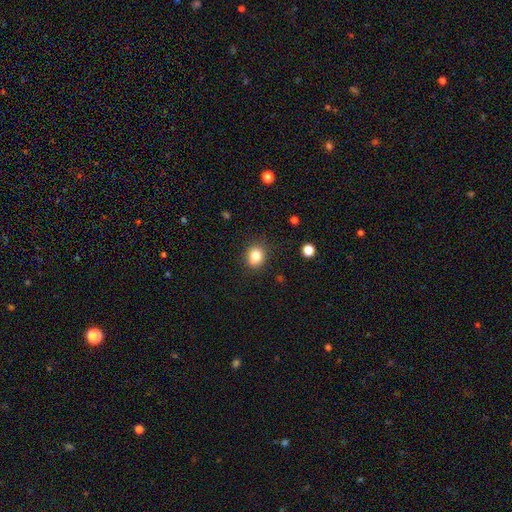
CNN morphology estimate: Smooth or featured? smooth (83%)
How rounded? round (66%)
Merging? none (83%)